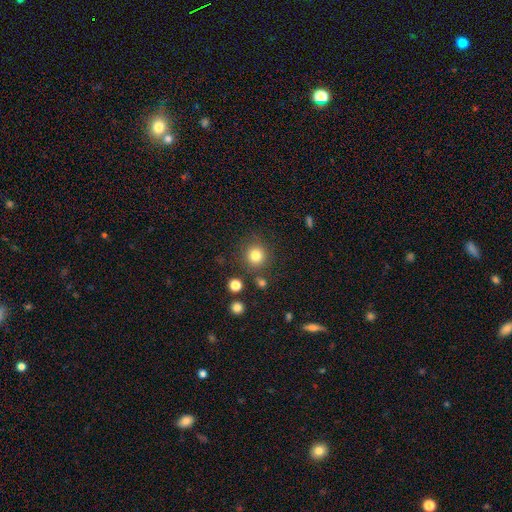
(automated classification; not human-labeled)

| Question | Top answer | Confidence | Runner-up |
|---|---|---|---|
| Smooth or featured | smooth | 82% | star or artifact (12%) |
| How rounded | round | 93% | in between (6%) |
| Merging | none | 83% | minor disturbance (8%) |